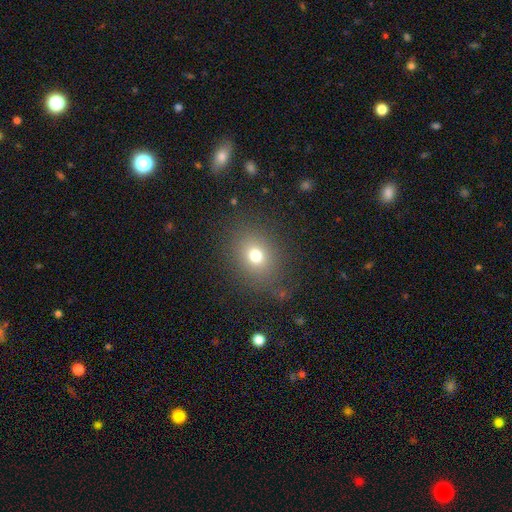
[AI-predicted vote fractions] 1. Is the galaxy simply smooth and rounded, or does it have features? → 72% smooth, 17% star or artifact, 11% featured or disk.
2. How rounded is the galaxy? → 59% round, 40% in between, 1% cigar-shaped.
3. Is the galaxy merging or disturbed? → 81% none, 11% minor disturbance, 6% major disturbance, 2% merger.